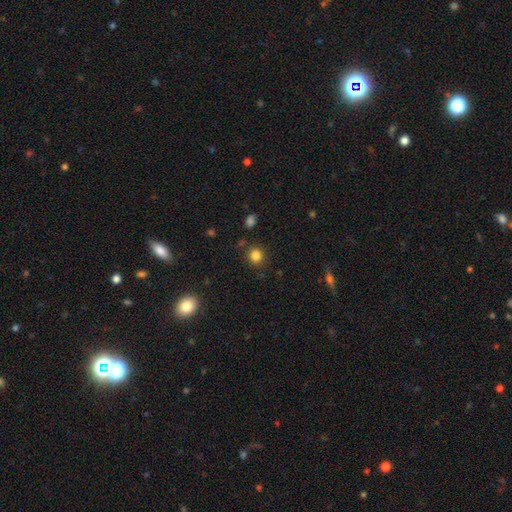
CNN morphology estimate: type=smooth (83%); roundness=round (87%); merging=none (86%).